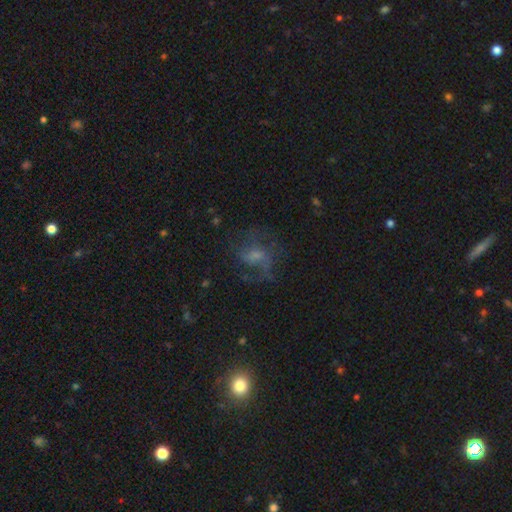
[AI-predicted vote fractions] A featured or disk galaxy (56%) with no bar (50%), spiral arms (74%) and a small central bulge (40%). Merging: none (47%).